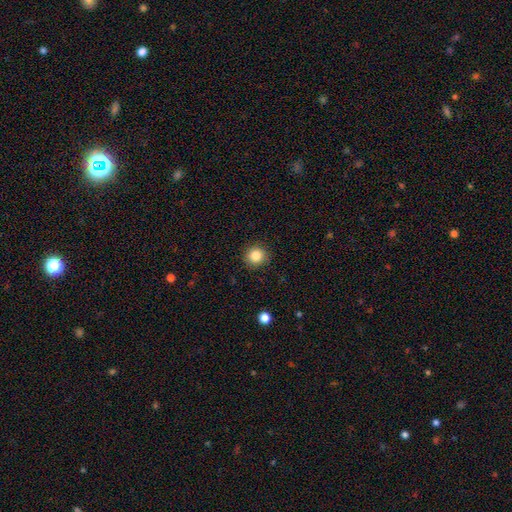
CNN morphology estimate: A smooth galaxy with no disk features (84%) that is round (92%).

Vote fractions:
- Smooth or featured? smooth: 84% / star or artifact: 10% / featured or disk: 5%
- How rounded? round: 92% / in between: 7% / cigar-shaped: 1%
- Merging? none: 90% / minor disturbance: 7% / major disturbance: 2% / merger: 1%